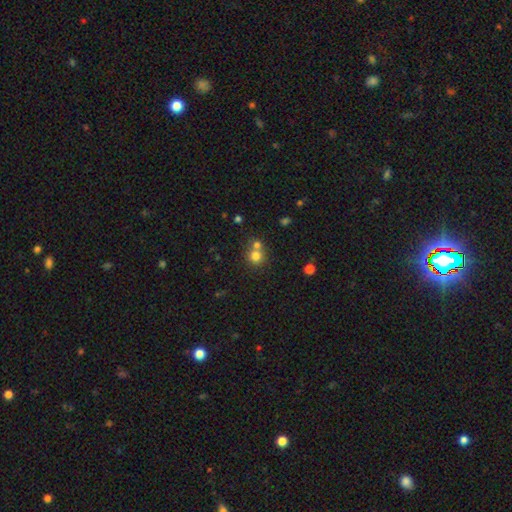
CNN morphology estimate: Smooth or featured?
  - smooth: 77% *
  - star or artifact: 14%
  - featured or disk: 9%
How rounded?
  - round: 89% *
  - in between: 10%
  - cigar-shaped: 1%
Merging?
  - none: 52% *
  - merger: 39%
  - minor disturbance: 6%
  - major disturbance: 3%